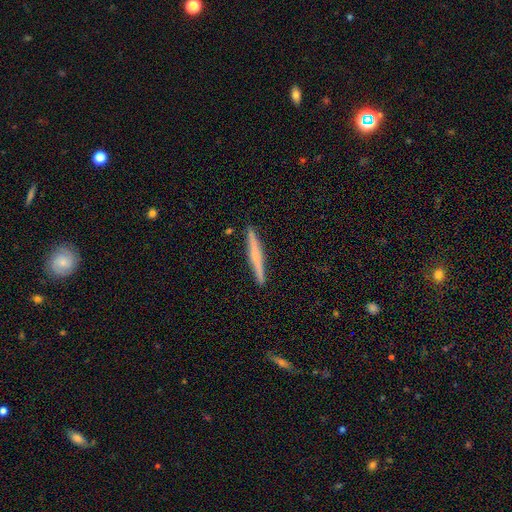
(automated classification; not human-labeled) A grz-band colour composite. It shows a featured or disk galaxy (48%). Merging: none (91%).